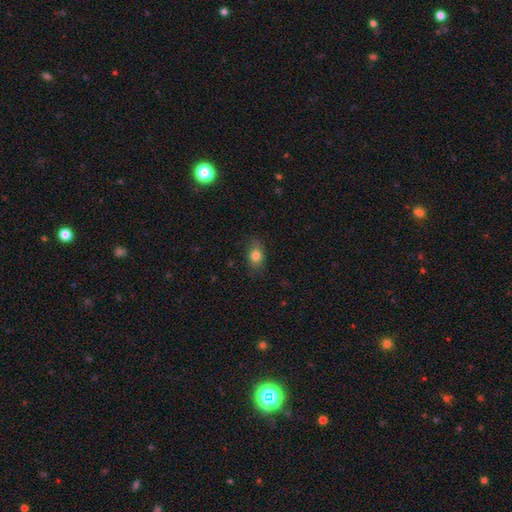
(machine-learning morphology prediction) Q: Smooth or featured?
A: smooth (80%); runner-up: star or artifact (10%)
Q: How rounded?
A: in between (75%); runner-up: round (22%)
Q: Merging?
A: none (82%); runner-up: minor disturbance (14%)